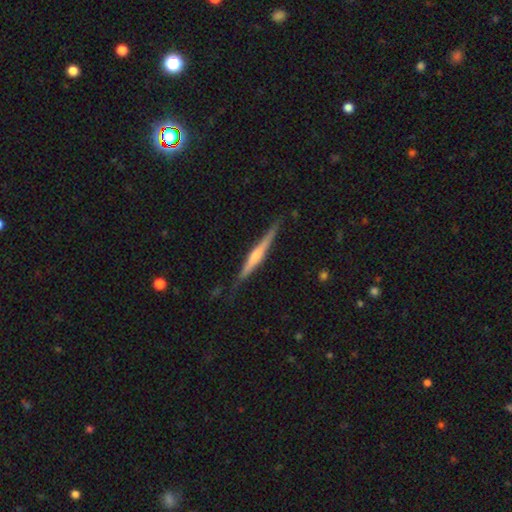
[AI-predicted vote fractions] Morphology: type=featured or disk (77%); edge-on=yes (98%); edge-on bulge=rounded (75%); merging=none (88%).